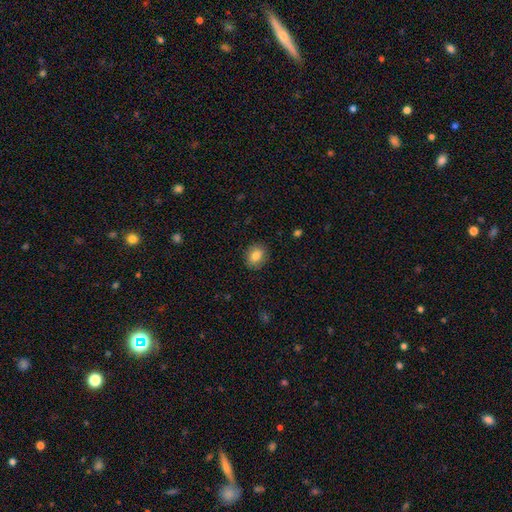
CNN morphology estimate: A smooth galaxy with no disk features (84%) that is round (54%). Merging: none (88%).